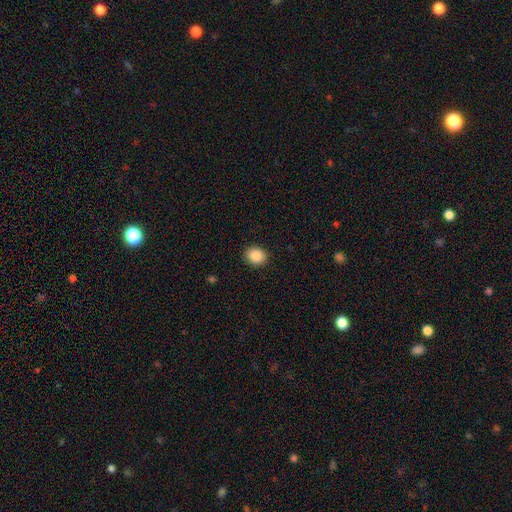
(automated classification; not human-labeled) This is clearly a smooth galaxy (88%). How rounded: likely round (64%). Merging: clearly none (91%).